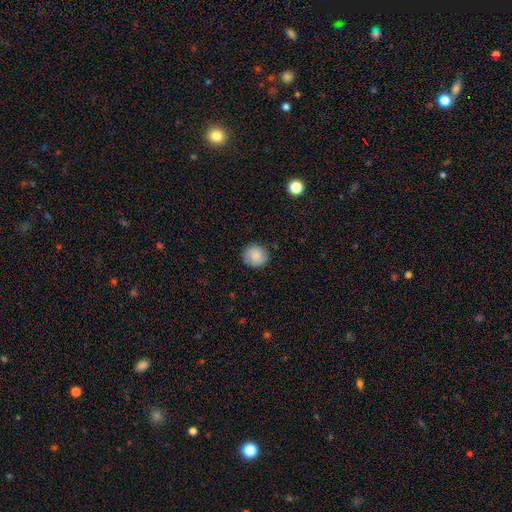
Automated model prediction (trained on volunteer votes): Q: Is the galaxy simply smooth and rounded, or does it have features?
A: smooth — 85%.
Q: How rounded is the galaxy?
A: round — 90%.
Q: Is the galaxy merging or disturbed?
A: none — 88%.